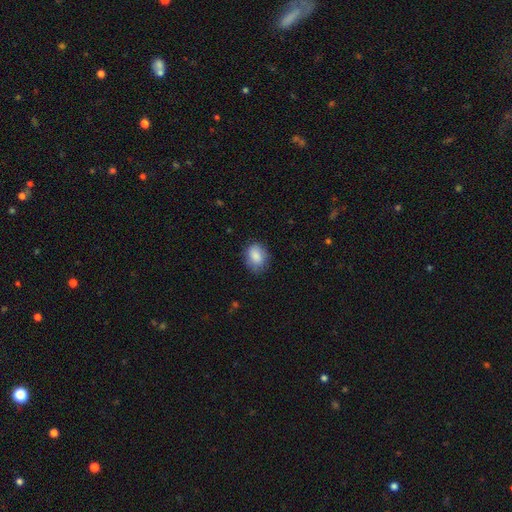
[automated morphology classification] Overall: smooth (85%). How rounded: in between (65%; round 34%). Merging: none (75%).